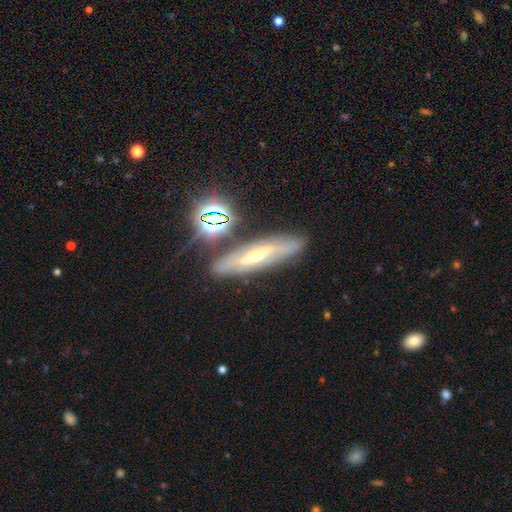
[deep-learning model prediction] smooth-or-featured: featured or disk: 59% | star or artifact: 21% | smooth: 20%
  disk-edge-on: yes: 59% | no: 41%
  merging: none: 76% | minor disturbance: 13% | merger: 6% | major disturbance: 5%